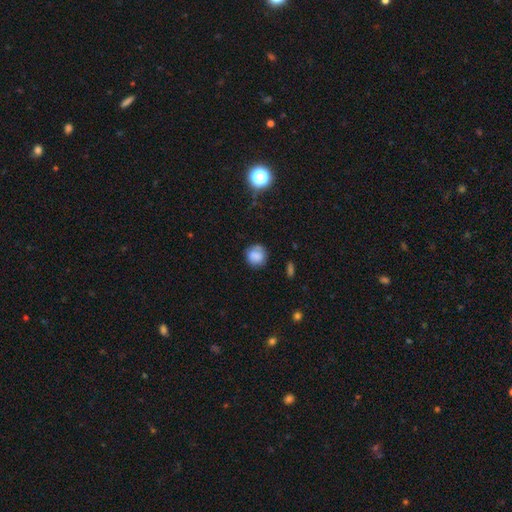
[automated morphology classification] Q: Smooth or featured?
A: smooth (79%); runner-up: featured or disk (11%)
Q: How rounded?
A: round (86%); runner-up: in between (13%)
Q: Merging?
A: none (72%); runner-up: minor disturbance (20%)